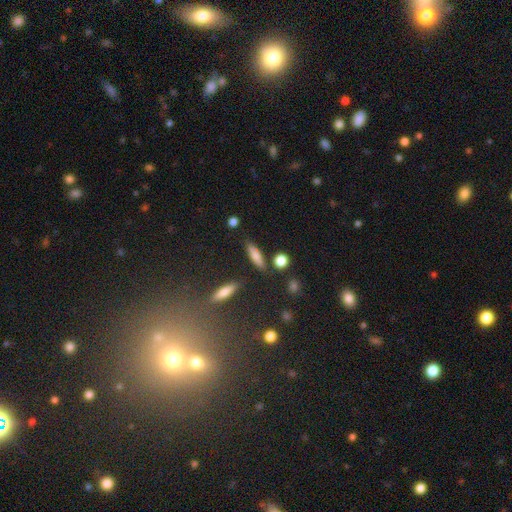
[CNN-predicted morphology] Overall: smooth (73%). How rounded: cigar-shaped (67%; in between 28%). Merging: none (80%).